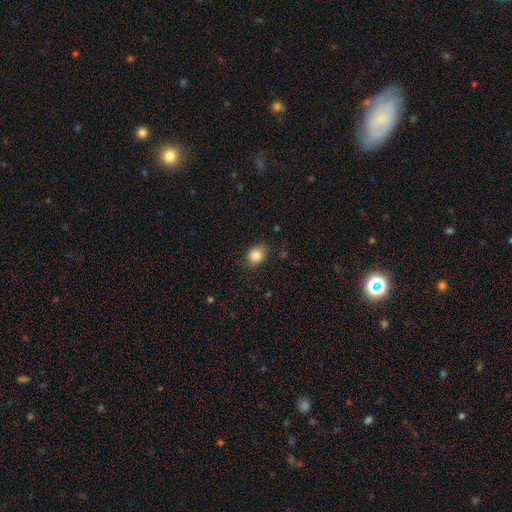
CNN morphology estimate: A smooth galaxy with no disk features (84%) that is in between round and cigar-shaped (50%).

Vote fractions:
- Smooth or featured? smooth: 84% / star or artifact: 10% / featured or disk: 6%
- How rounded? in between: 50% / round: 49% / cigar-shaped: 1%
- Merging? none: 81% / minor disturbance: 15% / major disturbance: 3% / merger: 1%